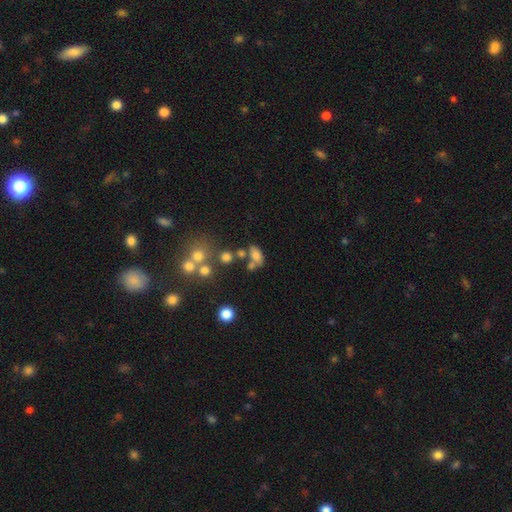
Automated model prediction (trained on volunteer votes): This appears to be a smooth galaxy with no disk features (71%) that is in between round and cigar-shaped (83%). Merging: none (47%).